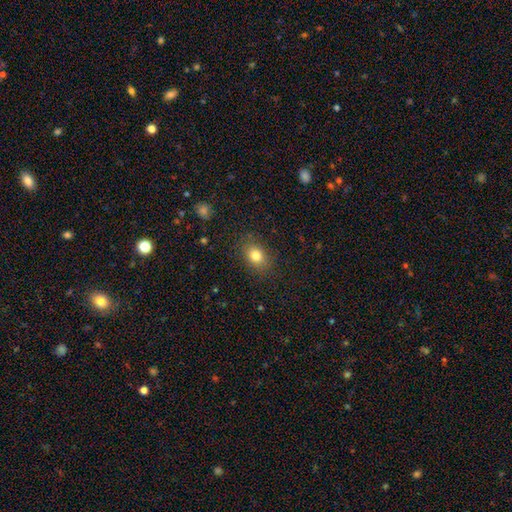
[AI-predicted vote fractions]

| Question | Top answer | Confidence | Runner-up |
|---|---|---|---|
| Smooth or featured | smooth | 82% | star or artifact (11%) |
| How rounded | in between | 63% | round (36%) |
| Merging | none | 85% | minor disturbance (10%) |